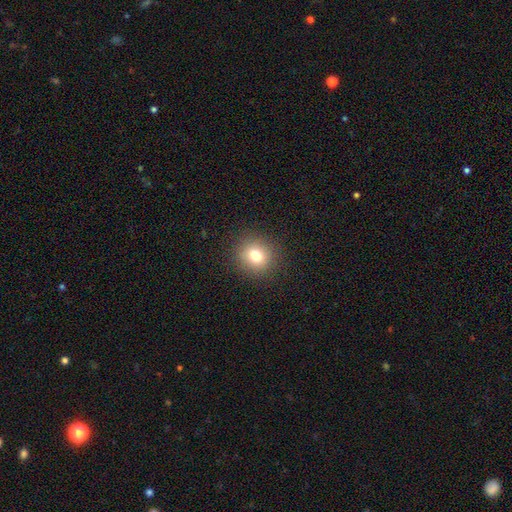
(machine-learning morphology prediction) This appears to be a smooth galaxy with no disk features (78%) that is round (85%). Merging: none (89%).